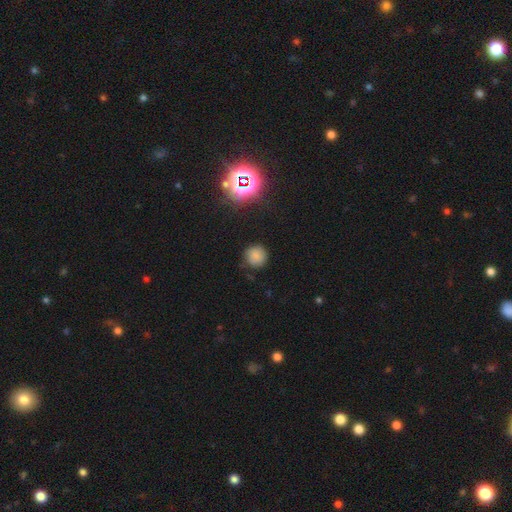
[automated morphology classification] This appears to be a smooth galaxy with no disk features (77%) that is round (93%). Merging: none (82%).